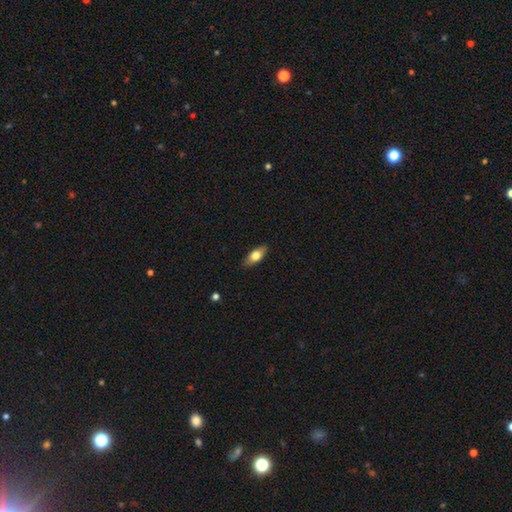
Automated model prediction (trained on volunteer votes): A smooth galaxy with no disk features (66%) that is in between round and cigar-shaped (78%).

Vote fractions:
- Smooth or featured? smooth: 66% / featured or disk: 27% / star or artifact: 6%
- How rounded? in between: 78% / cigar-shaped: 18% / round: 4%
- Merging? none: 86% / minor disturbance: 10% / major disturbance: 2% / merger: 1%